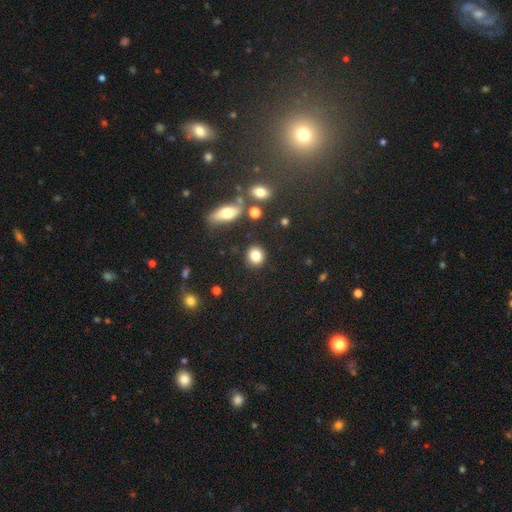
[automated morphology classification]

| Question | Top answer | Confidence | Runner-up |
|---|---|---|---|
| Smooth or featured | smooth | 83% | star or artifact (10%) |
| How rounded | round | 77% | in between (21%) |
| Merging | none | 86% | minor disturbance (8%) |